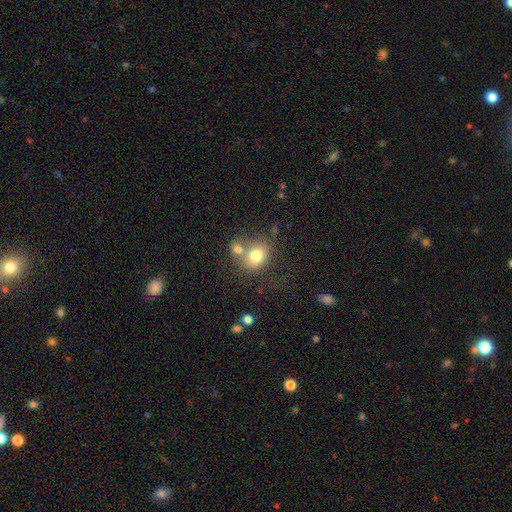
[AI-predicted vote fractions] Q: Smooth or featured?
A: smooth (74%); runner-up: featured or disk (15%)
Q: How rounded?
A: round (58%); runner-up: in between (42%)
Q: Merging?
A: none (42%); runner-up: merger (40%)